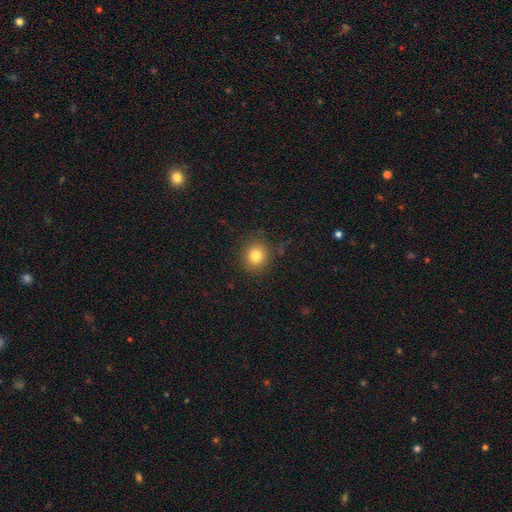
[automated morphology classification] smooth 81%, star or artifact 12%, featured or disk 7%. Down the decision tree: how rounded — round (83%); merging — none (87%).